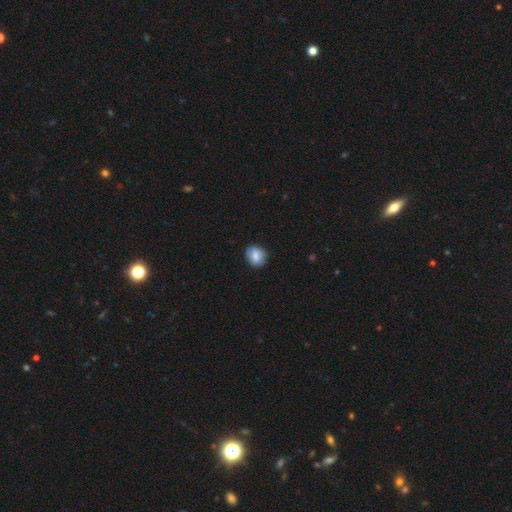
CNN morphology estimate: The model was most divided on "how rounded": round: 58%, in between: 40%, cigar-shaped: 1%. More confident: merging — none (84%); smooth or featured — smooth (80%).